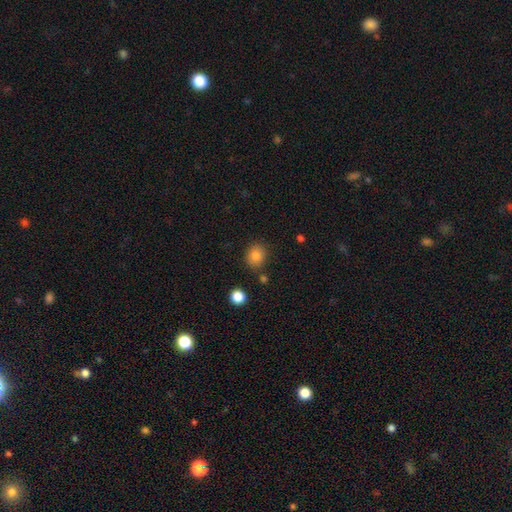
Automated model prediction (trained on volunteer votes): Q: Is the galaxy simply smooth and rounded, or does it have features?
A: smooth — 83%.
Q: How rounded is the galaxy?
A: round — 71%.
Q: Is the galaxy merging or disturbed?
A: none — 83%.